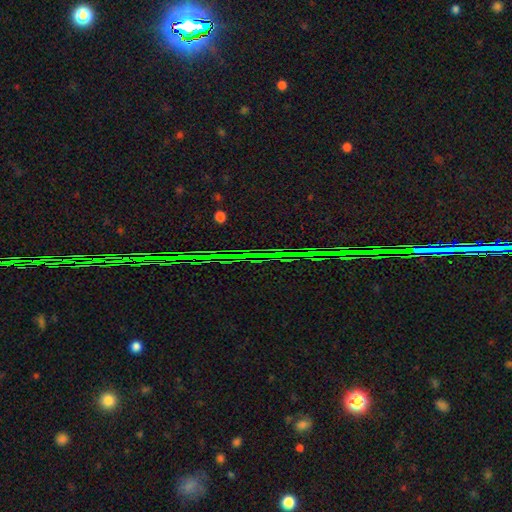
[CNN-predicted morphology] A star or artifact, not a galaxy (85%).

Vote fractions:
- Smooth or featured? star or artifact: 85% / smooth: 8% / featured or disk: 8%